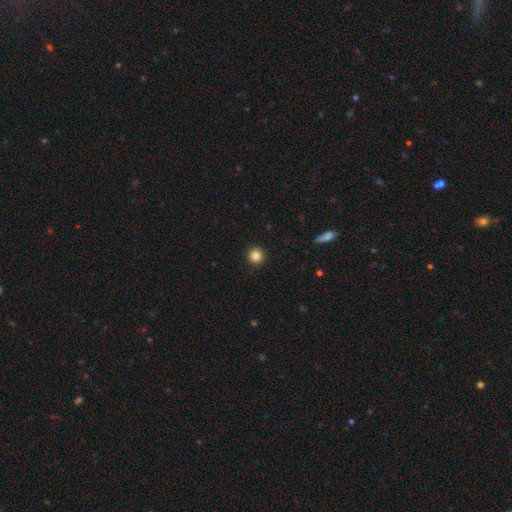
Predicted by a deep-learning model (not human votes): Smooth or featured? Predicted: smooth (p=0.84). How rounded? Predicted: round (p=0.95). Merging? Predicted: none (p=0.93).